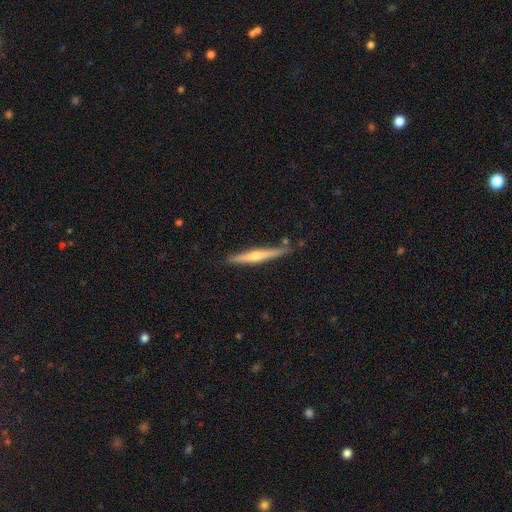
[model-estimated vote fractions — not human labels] smooth-or-featured: featured or disk: 65% | smooth: 29% | star or artifact: 6%
  disk-edge-on: yes: 97% | no: 3%
    edge-on-bulge: rounded: 81% | none: 15% | boxy: 4%
  merging: none: 84% | minor disturbance: 11% | merger: 3% | major disturbance: 2%